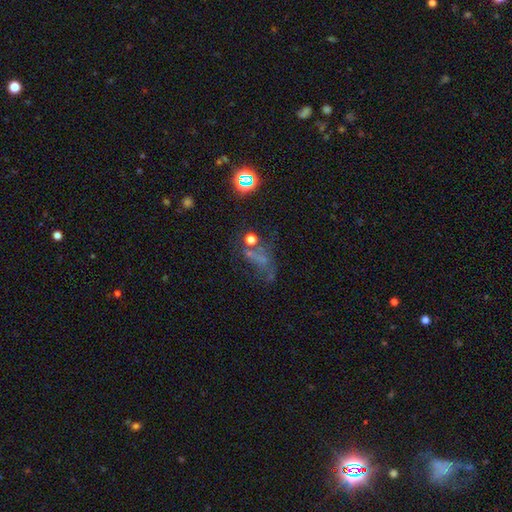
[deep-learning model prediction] star or artifact 40%, featured or disk 31%, smooth 29%.